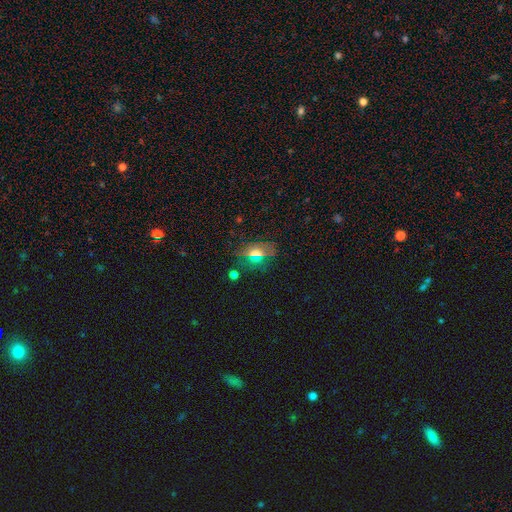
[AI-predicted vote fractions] smooth-or-featured: smooth: 53% | star or artifact: 28% | featured or disk: 18%
  how-rounded: in between: 61% | round: 32% | cigar-shaped: 7%
  merging: none: 76% | minor disturbance: 14% | major disturbance: 6% | merger: 4%